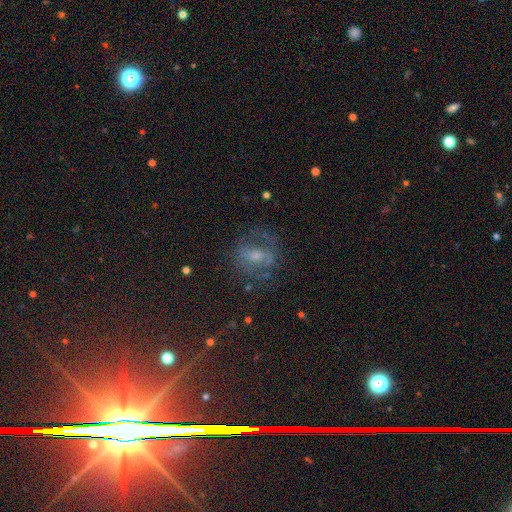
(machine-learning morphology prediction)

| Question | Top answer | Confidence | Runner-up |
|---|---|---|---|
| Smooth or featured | featured or disk | 44% | star or artifact (32%) |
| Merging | none | 67% | minor disturbance (17%) |